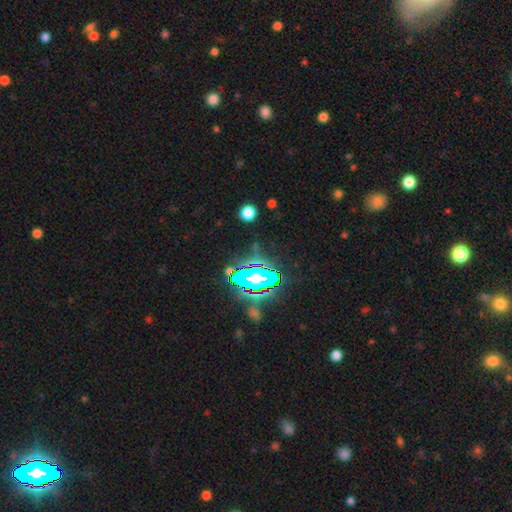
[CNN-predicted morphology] Smooth or featured? Predicted: star or artifact (p=0.79).